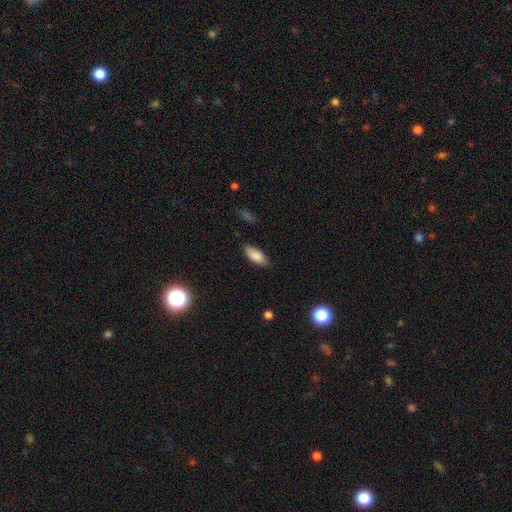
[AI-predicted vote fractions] Smooth or featured?
  - smooth: 86% *
  - star or artifact: 7%
  - featured or disk: 7%
How rounded?
  - in between: 84% *
  - cigar-shaped: 14%
  - round: 2%
Merging?
  - none: 82% *
  - minor disturbance: 14%
  - major disturbance: 3%
  - merger: 1%